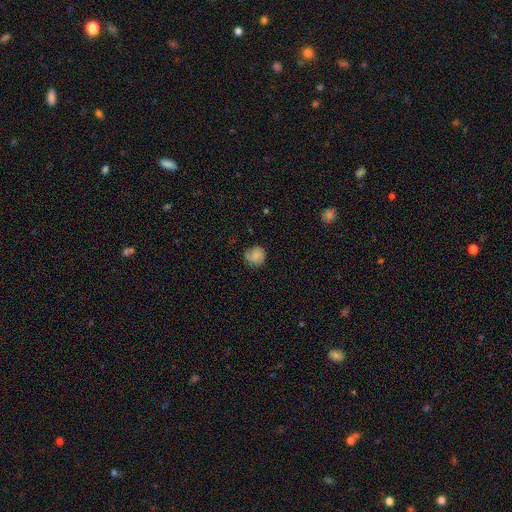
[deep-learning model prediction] The model was most divided on "merging": none: 69%, minor disturbance: 23%, major disturbance: 7%, merger: 1%. More confident: how rounded — round (86%); smooth or featured — smooth (78%).